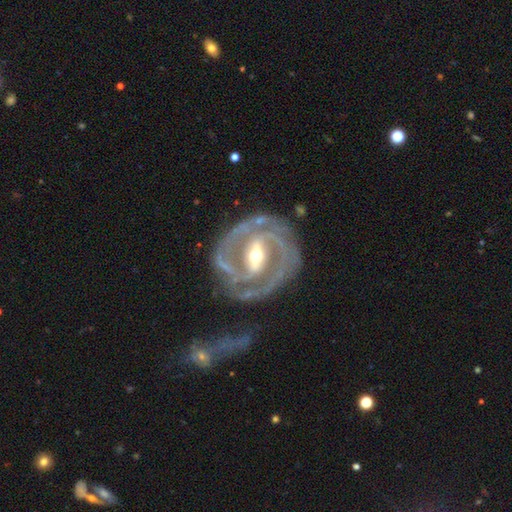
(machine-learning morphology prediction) Smooth or featured? Predicted: featured or disk (p=0.88). Edge-on disk? Predicted: no (p=0.95). Bar? Predicted: strong (p=0.51). Spiral arms? Predicted: yes (p=0.88). Spiral winding? Predicted: tight (p=0.60). Spiral arm count? Predicted: 2 (p=0.64). Bulge size? Predicted: moderate (p=0.65). Merging? Predicted: none (p=0.52).